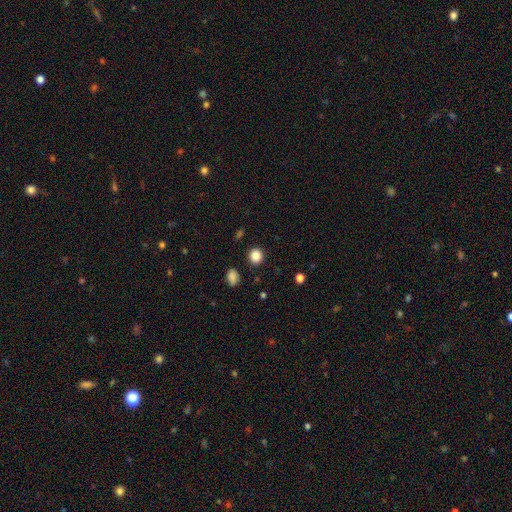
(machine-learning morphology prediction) A smooth galaxy with no disk features (86%) that is round (82%). Merging: none (89%).